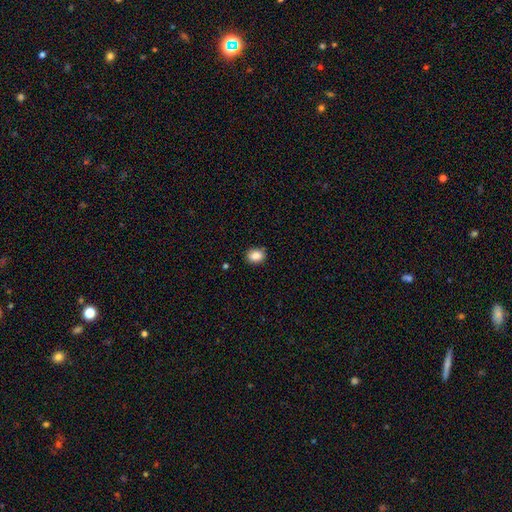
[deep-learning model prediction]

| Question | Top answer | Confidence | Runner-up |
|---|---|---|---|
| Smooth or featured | smooth | 87% | star or artifact (9%) |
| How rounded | in between | 55% | round (44%) |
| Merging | none | 87% | minor disturbance (9%) |